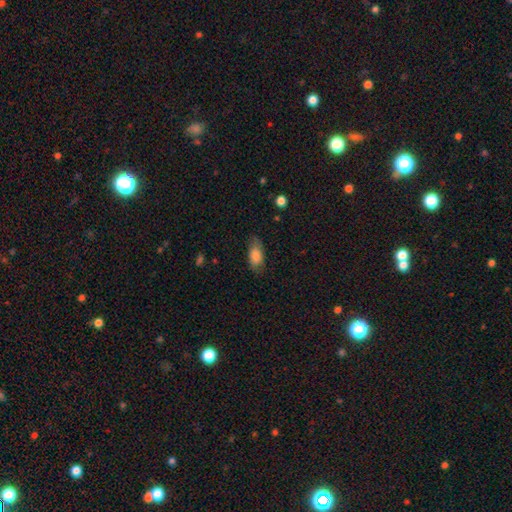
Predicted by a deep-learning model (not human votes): Smooth or featured? Predicted: smooth (p=0.81). How rounded? Predicted: in between (p=0.88). Merging? Predicted: none (p=0.73).